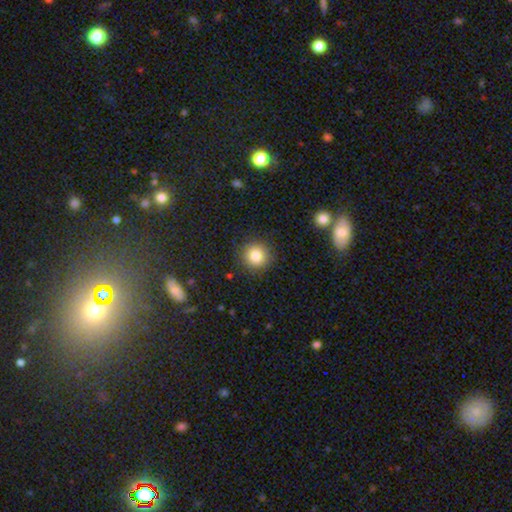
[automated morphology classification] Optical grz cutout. It shows a smooth galaxy with no disk features (83%) that is round (93%). Merging: none (90%).